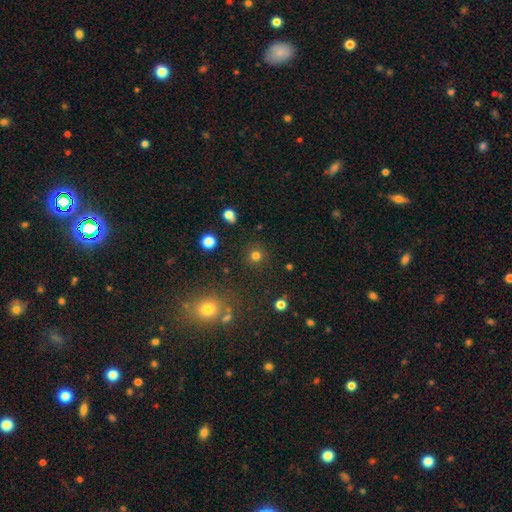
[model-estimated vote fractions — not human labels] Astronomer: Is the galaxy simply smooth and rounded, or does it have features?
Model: smooth — 78%.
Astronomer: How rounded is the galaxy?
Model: round — 93%.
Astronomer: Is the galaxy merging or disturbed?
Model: none — 88%.